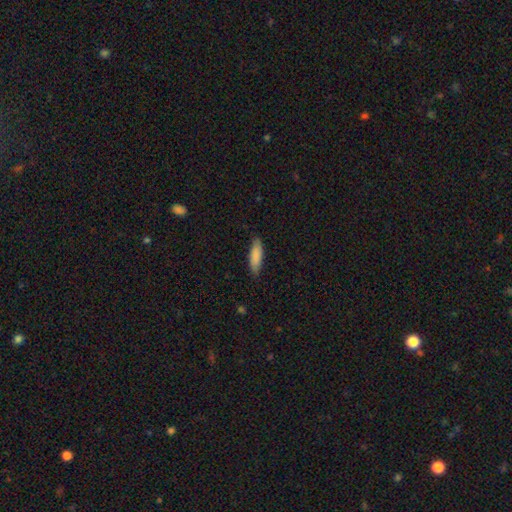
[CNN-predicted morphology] Smooth or featured? Predicted: smooth (p=0.86). How rounded? Predicted: cigar-shaped (p=0.54). Merging? Predicted: none (p=0.83).